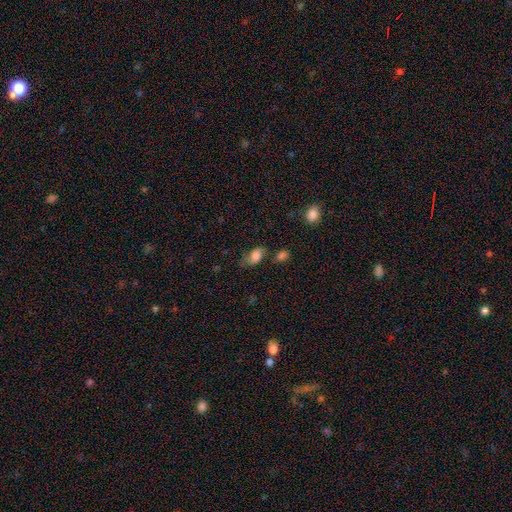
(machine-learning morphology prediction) Smooth or featured?
  - smooth: 78% *
  - featured or disk: 13%
  - star or artifact: 10%
How rounded?
  - in between: 88% *
  - round: 9%
  - cigar-shaped: 3%
Merging?
  - none: 50% *
  - minor disturbance: 28%
  - major disturbance: 12%
  - merger: 10%